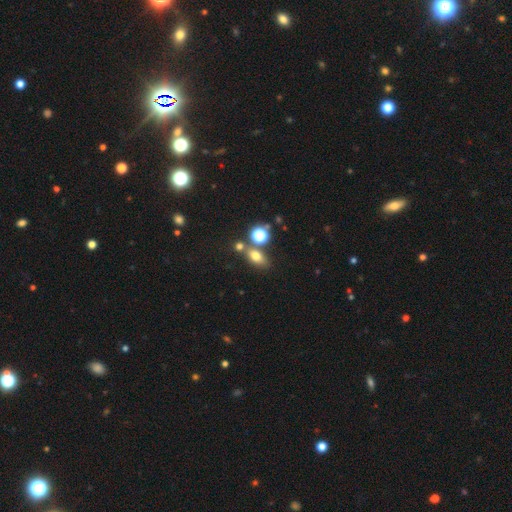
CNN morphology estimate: Smooth or featured? Predicted: smooth (p=0.70). How rounded? Predicted: in between (p=0.69). Merging? Predicted: none (p=0.62).